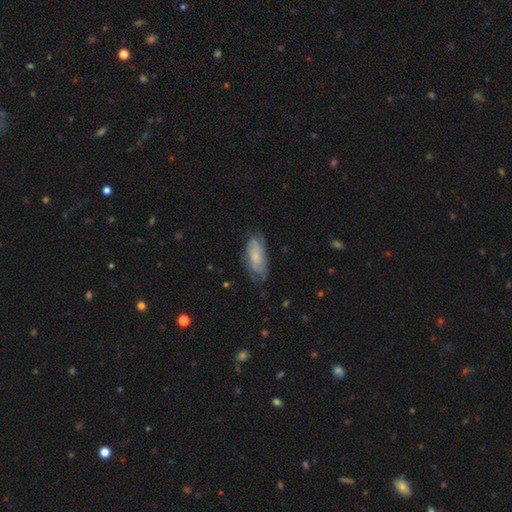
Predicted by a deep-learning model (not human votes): Overall: featured or disk (50%; smooth 43%). Edge-on disk: no (89%). Merging: none (62%; minor disturbance 27%).